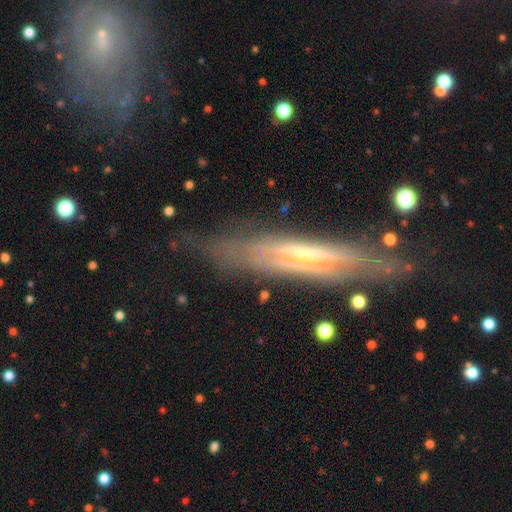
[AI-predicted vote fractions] Overall: featured or disk (76%). Edge-on disk: yes (80%). Edge-on bulge: none (53%; rounded 35%). Merging: none (71%).